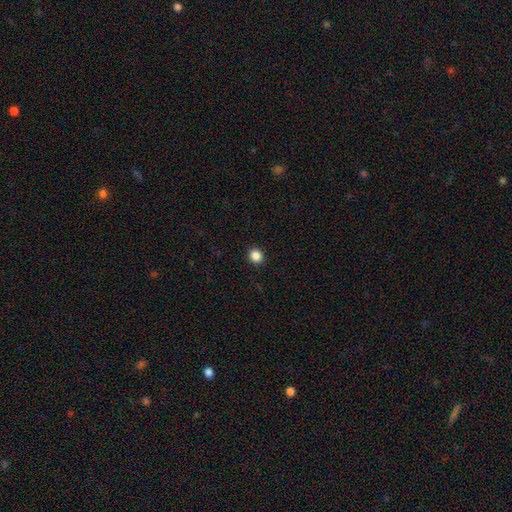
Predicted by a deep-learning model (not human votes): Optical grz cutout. It shows a smooth galaxy with no disk features (86%) that is round (82%). Merging: none (92%).